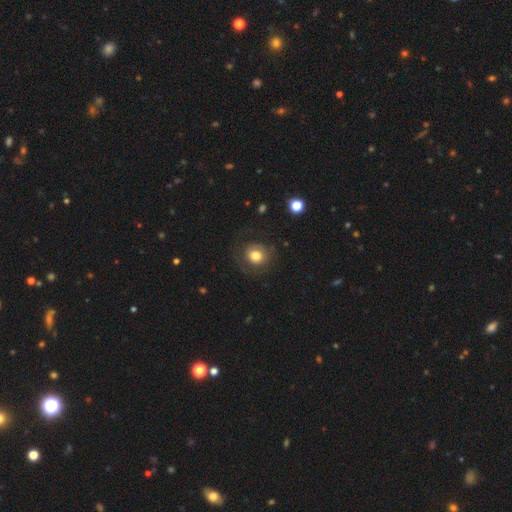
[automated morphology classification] A smooth galaxy with no disk features (76%) that is round (85%). Merging: none (74%).